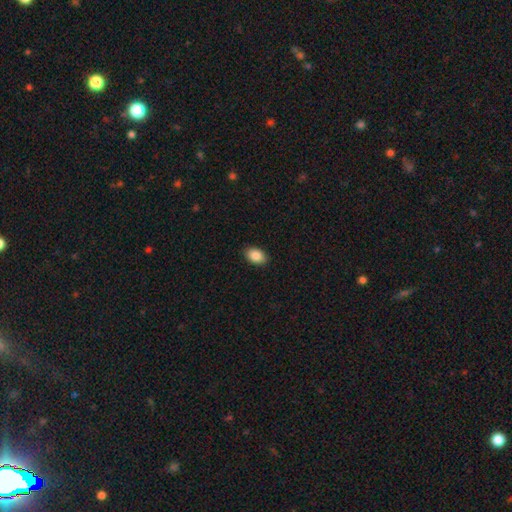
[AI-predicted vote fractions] This is clearly a smooth galaxy (88%). How rounded: clearly in between (88%). Merging: clearly none (89%).